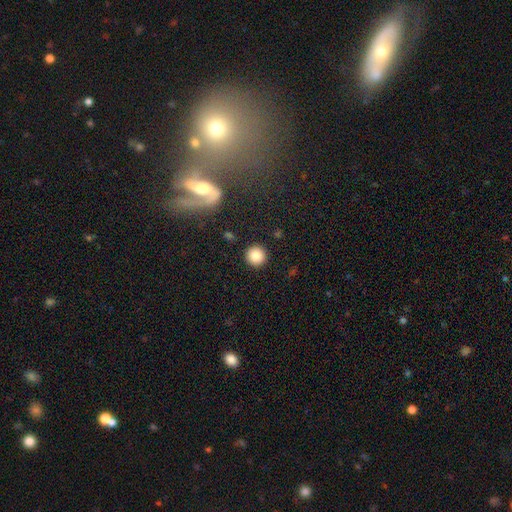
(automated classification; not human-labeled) Overall: smooth (85%). How rounded: round (95%). Merging: none (92%).